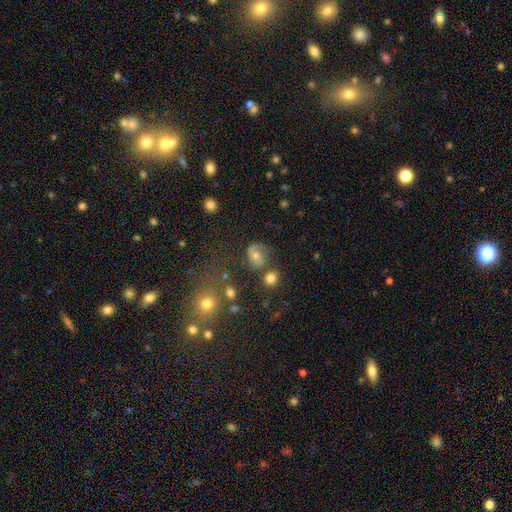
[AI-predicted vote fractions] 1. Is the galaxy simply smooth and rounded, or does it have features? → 57% smooth, 29% featured or disk, 14% star or artifact.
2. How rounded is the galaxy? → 50% round, 49% in between, 1% cigar-shaped.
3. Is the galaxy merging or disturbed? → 57% none, 22% minor disturbance, 12% major disturbance, 9% merger.